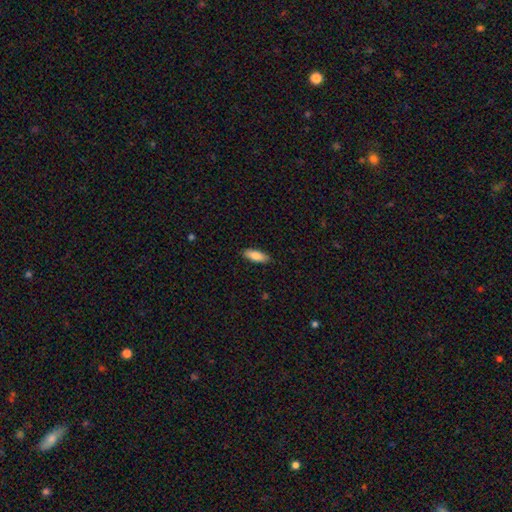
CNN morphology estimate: A smooth galaxy with no disk features (86%) that is in between round and cigar-shaped (71%).

Vote fractions:
- Smooth or featured? smooth: 86% / featured or disk: 8% / star or artifact: 6%
- How rounded? in between: 71% / cigar-shaped: 28% / round: 2%
- Merging? none: 88% / minor disturbance: 9% / major disturbance: 2% / merger: 1%